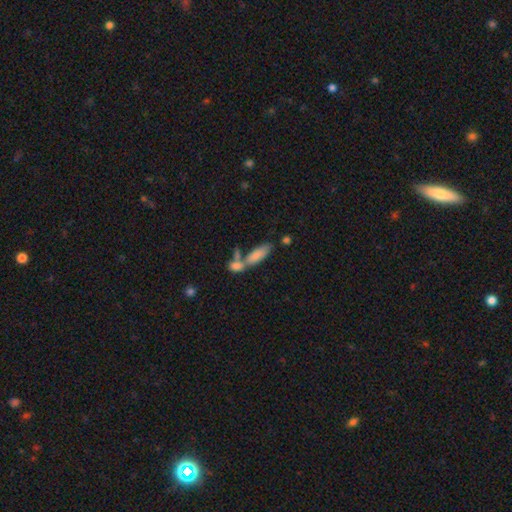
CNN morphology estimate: The model was most divided on "merging": merger: 49%, none: 36%, minor disturbance: 10%, major disturbance: 5%. More confident: smooth or featured — smooth (79%); how rounded — in between (63%).